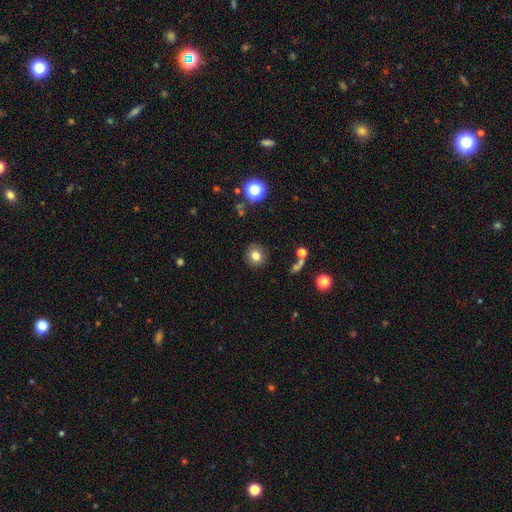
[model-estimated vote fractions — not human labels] Smooth or featured? Predicted: smooth (p=0.79). How rounded? Predicted: round (p=0.86). Merging? Predicted: none (p=0.87).